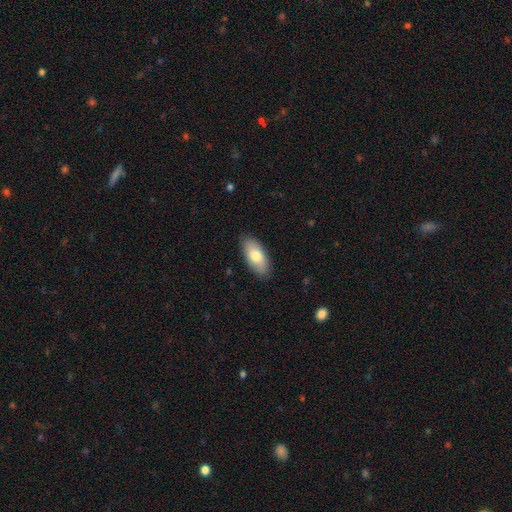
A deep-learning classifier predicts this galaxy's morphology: smooth 76%, featured or disk 18%, star or artifact 6%. Down the decision tree: how rounded — in between (88%); merging — none (87%).